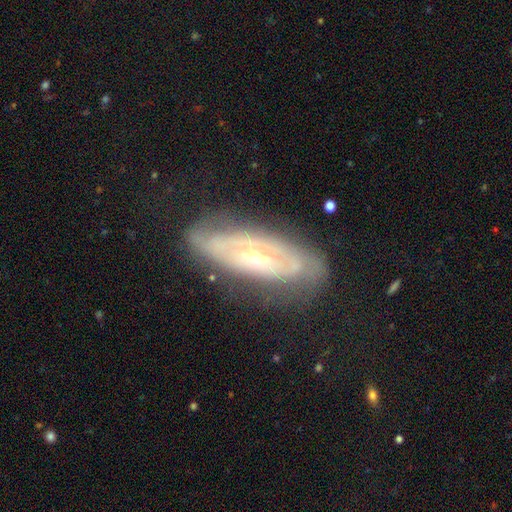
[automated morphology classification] The model was most divided on "bulge size": moderate: 52%, small: 44%, large: 2%, none: 1%, dominant: 1%. More confident: edge-on disk — no (79%); smooth or featured — featured or disk (77%); merging — none (72%); bar — no (65%); spiral arms — yes (62%).